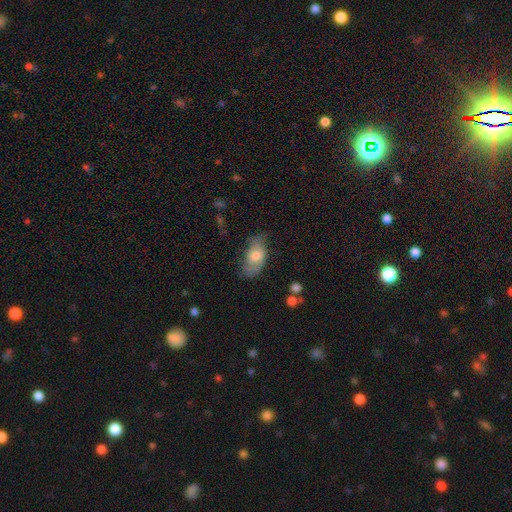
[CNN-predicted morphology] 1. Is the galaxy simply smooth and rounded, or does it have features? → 64% smooth, 29% featured or disk, 7% star or artifact.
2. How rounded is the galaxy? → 91% in between, 5% round, 4% cigar-shaped.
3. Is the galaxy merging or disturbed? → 53% none, 31% minor disturbance, 14% major disturbance, 3% merger.